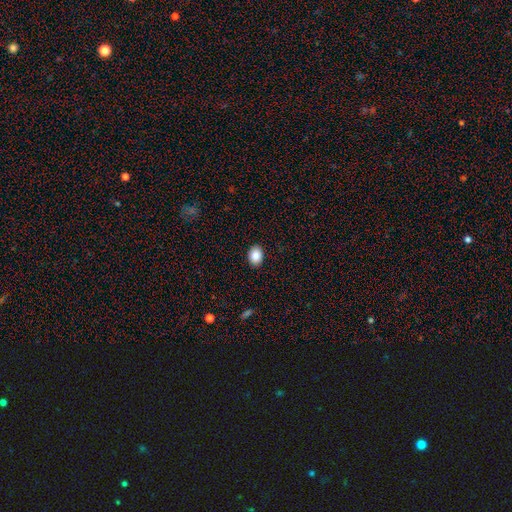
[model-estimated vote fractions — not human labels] smooth 86%, star or artifact 8%, featured or disk 5%. Down the decision tree: how rounded — in between (69%); merging — none (90%).